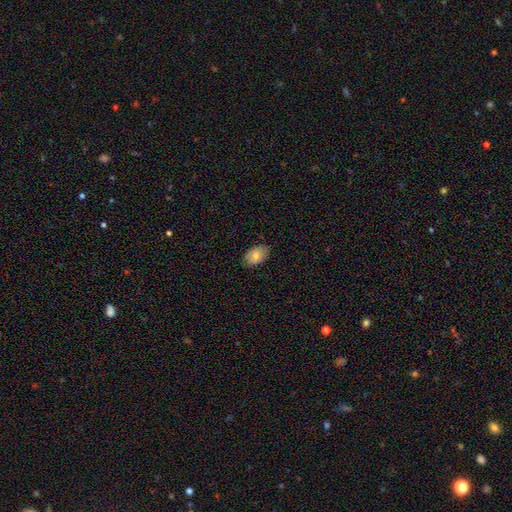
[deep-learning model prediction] Morphology: type=smooth (77%); roundness=in between (88%); merging=none (82%).